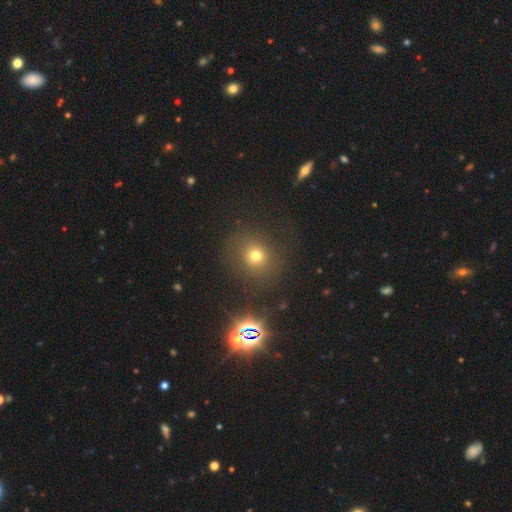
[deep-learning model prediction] A smooth galaxy with no disk features (69%) that is round (83%). Merging: none (81%).